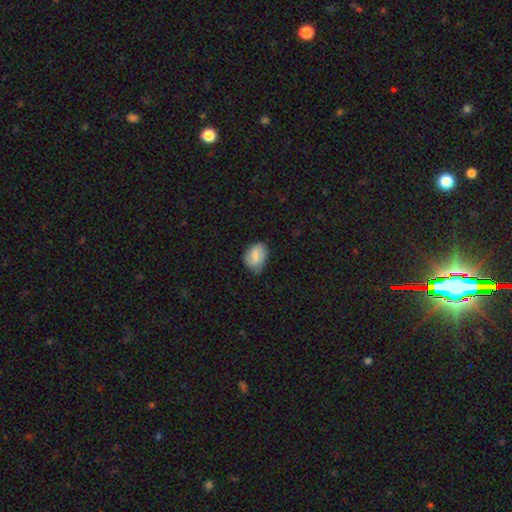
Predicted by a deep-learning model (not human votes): smooth-or-featured: smooth: 74% | featured or disk: 18% | star or artifact: 7%
  how-rounded: in between: 72% | round: 27% | cigar-shaped: 1%
  merging: none: 62% | minor disturbance: 31% | major disturbance: 6% | merger: 1%